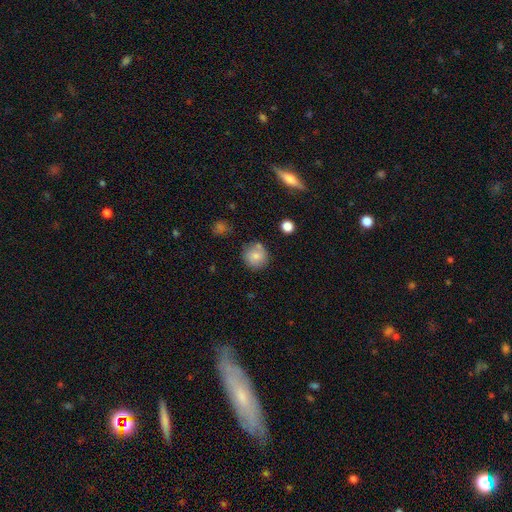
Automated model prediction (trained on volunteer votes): The model was most divided on "merging": none: 72%, minor disturbance: 15%, merger: 9%, major disturbance: 4%. More confident: how rounded — round (90%); smooth or featured — smooth (78%).